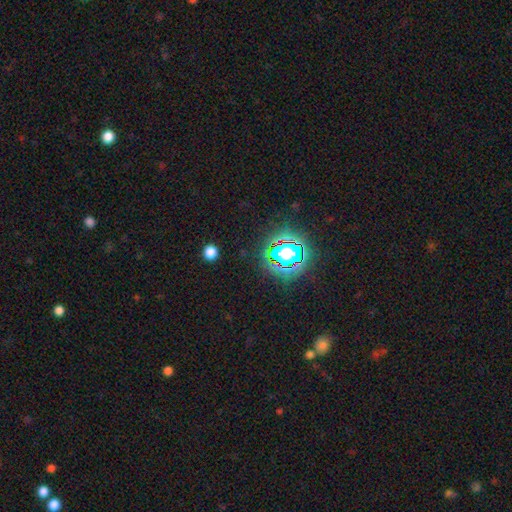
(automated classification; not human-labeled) star or artifact 81%, smooth 12%, featured or disk 7%.